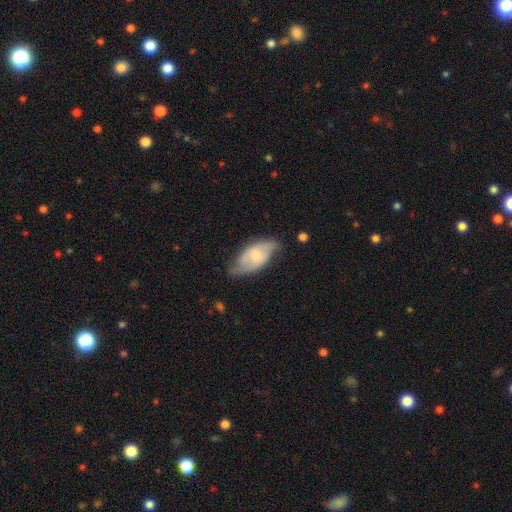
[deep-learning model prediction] The model was most divided on "smooth or featured": featured or disk: 53%, smooth: 41%, star or artifact: 6%. More confident: edge-on disk — no (89%); merging — none (57%).